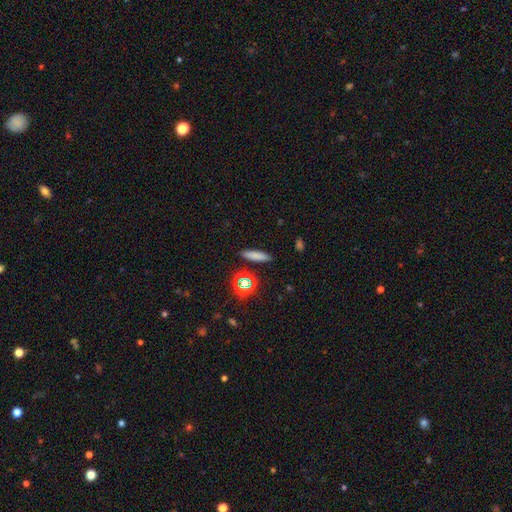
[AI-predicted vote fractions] The model was most divided on "how rounded": cigar-shaped: 71%, in between: 24%, round: 4%. More confident: merging — none (87%); smooth or featured — smooth (74%).